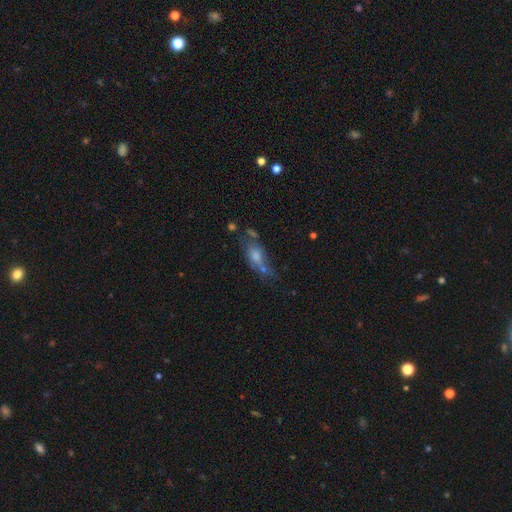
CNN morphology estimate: This appears to be a smooth galaxy with no disk features (43%). Merging: none (42%).